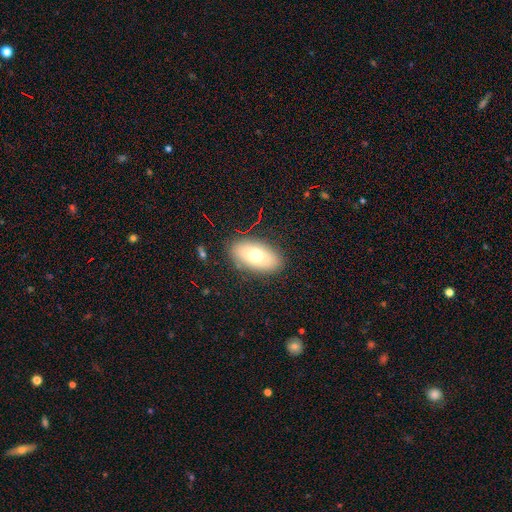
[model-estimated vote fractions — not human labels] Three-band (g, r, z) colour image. It shows a smooth galaxy with no disk features (68%) that is in between round and cigar-shaped (91%). Merging: none (86%).